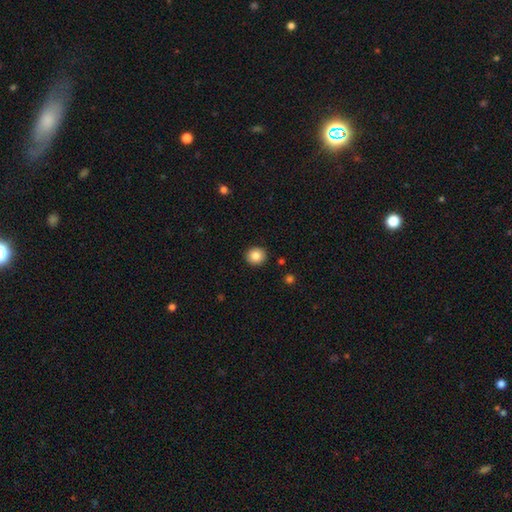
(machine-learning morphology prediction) smooth 85%, star or artifact 9%, featured or disk 6%. Down the decision tree: how rounded — round (88%); merging — none (92%).